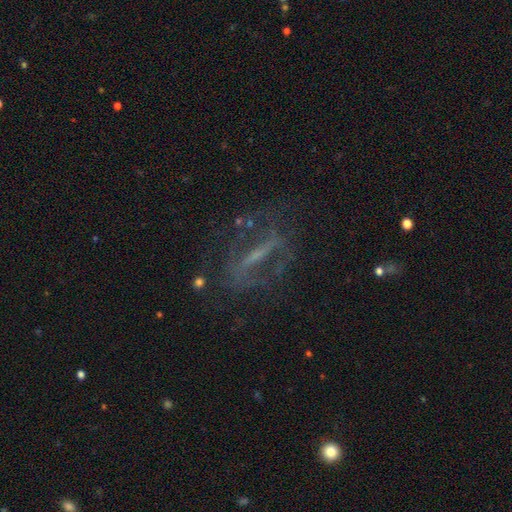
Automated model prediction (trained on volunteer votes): This is likely a featured or disk galaxy (68%). It is likely not viewed edge-on (68%). Merging: likely none (65%).